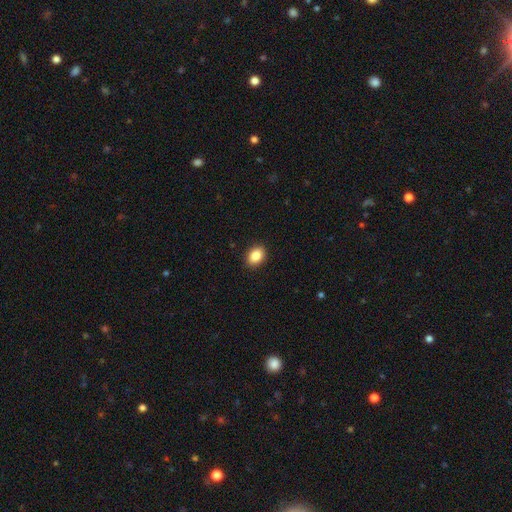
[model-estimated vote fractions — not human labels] This is clearly a smooth galaxy (87%). How rounded: likely in between (69%). Merging: clearly none (91%).